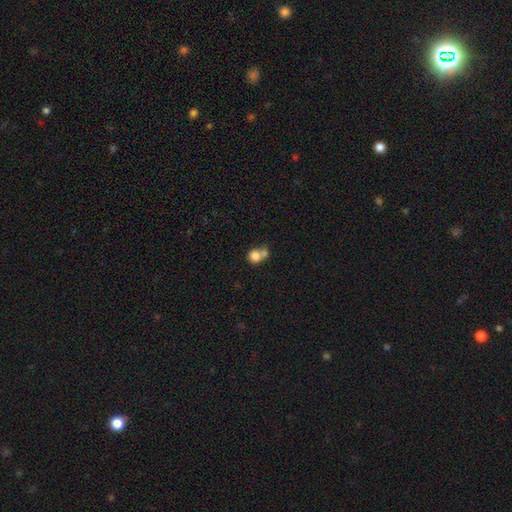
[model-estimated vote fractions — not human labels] smooth 80%, featured or disk 11%, star or artifact 10%. Down the decision tree: how rounded — round (79%); merging — merger (56%).